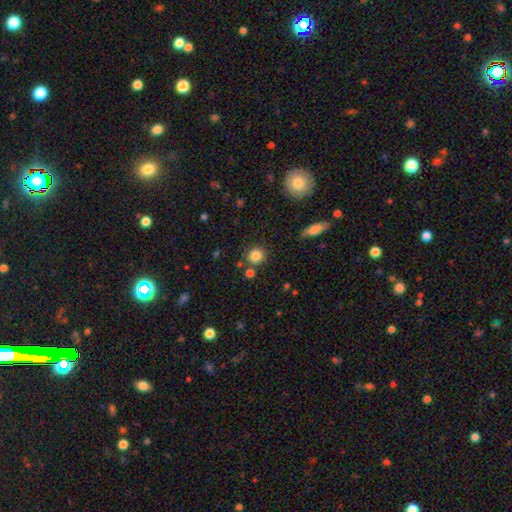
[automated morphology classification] Smooth or featured?
  - smooth: 84% *
  - star or artifact: 11%
  - featured or disk: 5%
How rounded?
  - round: 89% *
  - in between: 10%
  - cigar-shaped: 1%
Merging?
  - none: 81% *
  - minor disturbance: 9%
  - merger: 7%
  - major disturbance: 3%